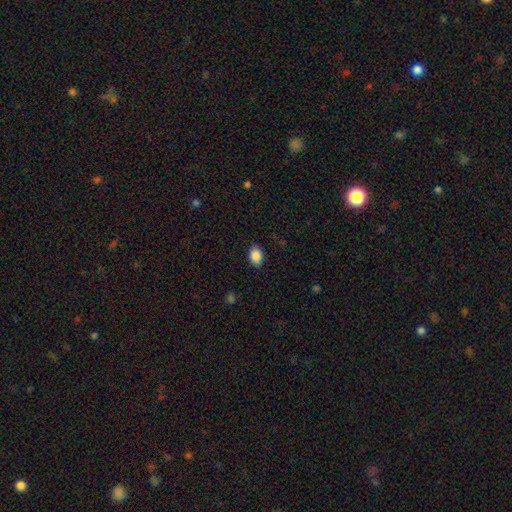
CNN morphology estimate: This is clearly a smooth galaxy (89%). How rounded: likely in between (78%). Merging: clearly none (87%).